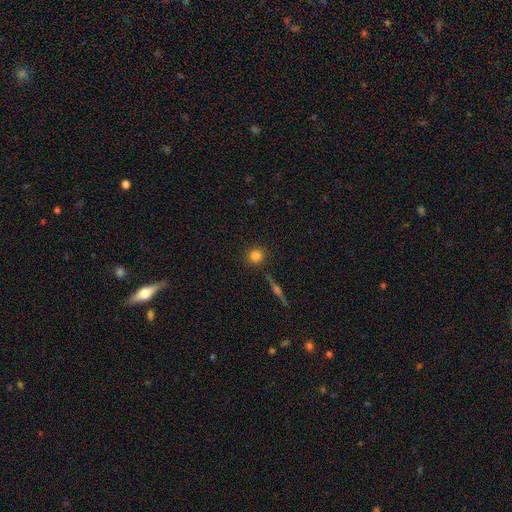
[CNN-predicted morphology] Q: Smooth or featured?
A: smooth (83%); runner-up: star or artifact (10%)
Q: How rounded?
A: round (89%); runner-up: in between (9%)
Q: Merging?
A: none (86%); runner-up: minor disturbance (8%)